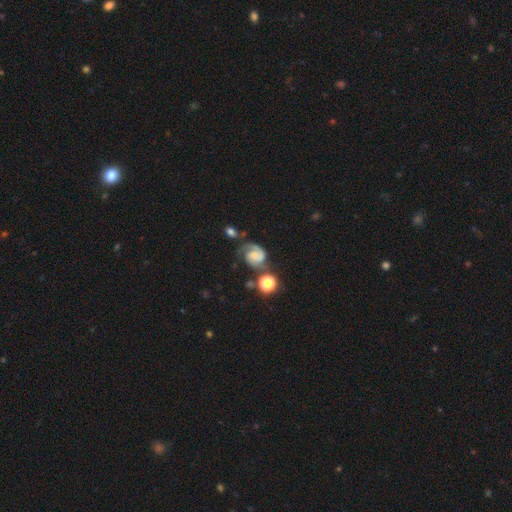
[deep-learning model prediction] featured or disk 76%, smooth 16%, star or artifact 8%. Down the decision tree: edge-on disk — no (98%); bar — no (61%); spiral arms — yes (95%); spiral arm count — 2 (61%); spiral winding — medium (44%); bulge size — small (39%); merging — none (49%).